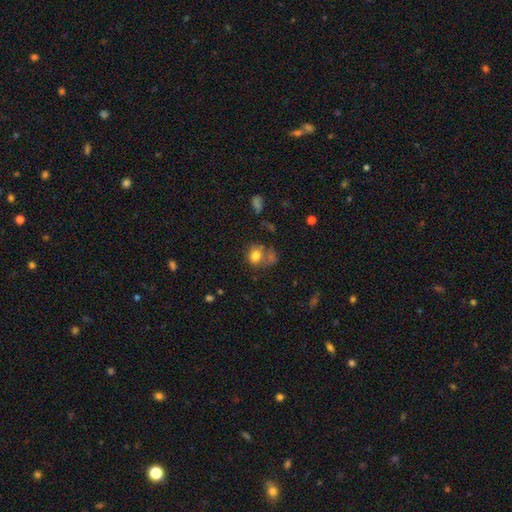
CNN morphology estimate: type=smooth (76%); roundness=round (53%); merging=none (40%).